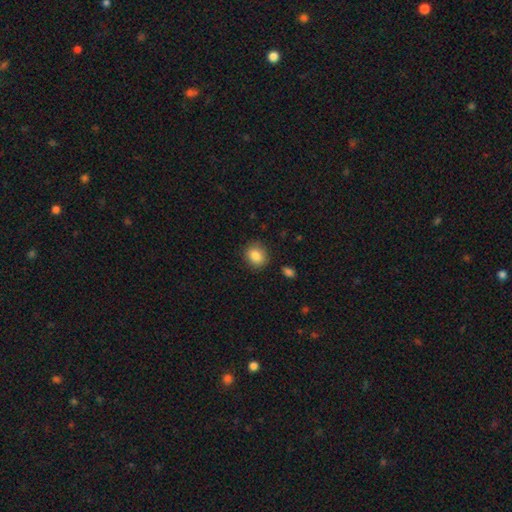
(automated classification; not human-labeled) Q: Smooth or featured?
A: smooth (85%); runner-up: star or artifact (9%)
Q: How rounded?
A: round (65%); runner-up: in between (34%)
Q: Merging?
A: none (86%); runner-up: minor disturbance (10%)